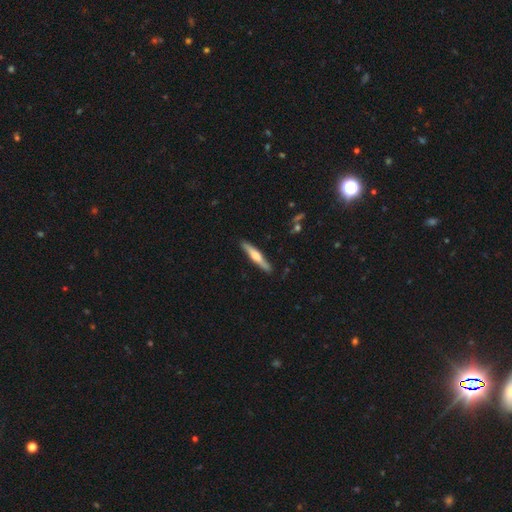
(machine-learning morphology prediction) The model was most divided on "smooth or featured": featured or disk: 50%, smooth: 45%, star or artifact: 5%. More confident: edge-on disk — yes (95%); merging — none (87%).